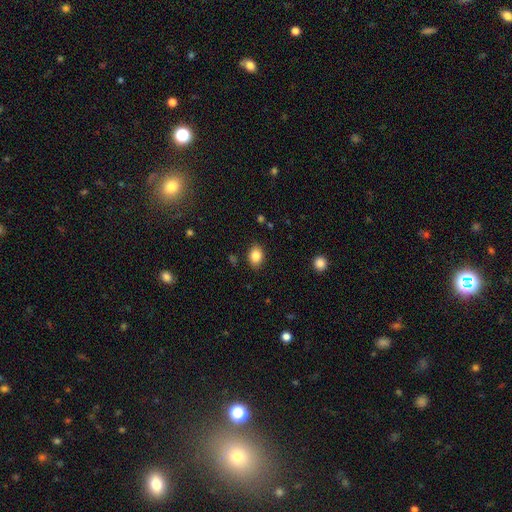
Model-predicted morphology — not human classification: Overall: smooth (85%). How rounded: in between (71%). Merging: none (85%).